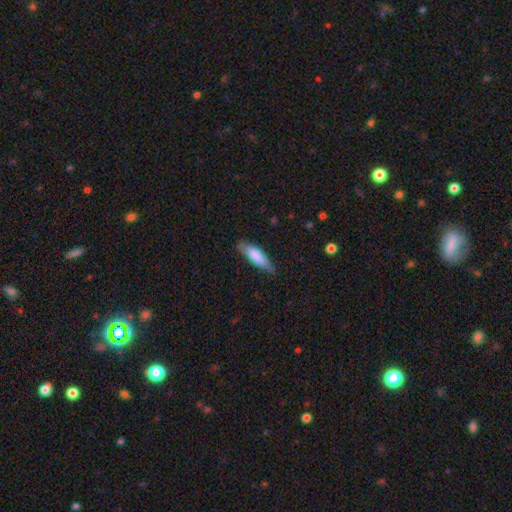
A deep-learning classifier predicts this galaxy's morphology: This appears to be a smooth galaxy with no disk features (76%) that is cigar-shaped (51%). Merging: none (75%).